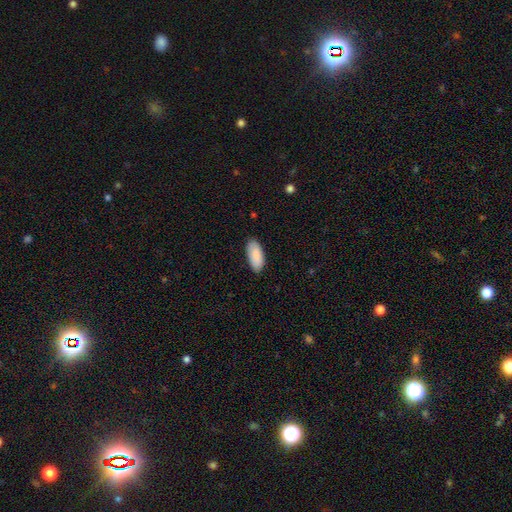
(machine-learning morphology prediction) Q: Smooth or featured?
A: smooth (90%); runner-up: star or artifact (5%)
Q: How rounded?
A: in between (90%); runner-up: cigar-shaped (8%)
Q: Merging?
A: none (86%); runner-up: minor disturbance (11%)